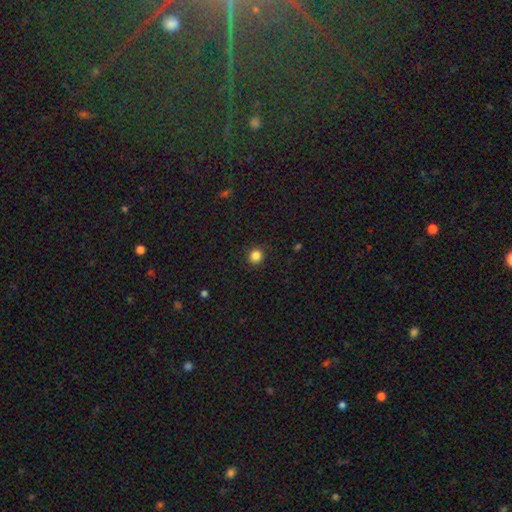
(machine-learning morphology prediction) A smooth galaxy with no disk features (84%) that is round (91%).

Vote fractions:
- Smooth or featured? smooth: 84% / star or artifact: 12% / featured or disk: 3%
- How rounded? round: 91% / in between: 8% / cigar-shaped: 1%
- Merging? none: 90% / minor disturbance: 7% / major disturbance: 2% / merger: 1%